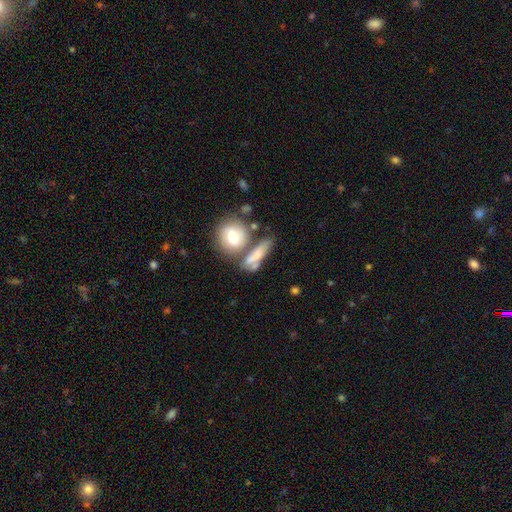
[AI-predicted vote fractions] smooth 65%, featured or disk 27%, star or artifact 8%. Down the decision tree: how rounded — in between (45%); merging — none (39%).